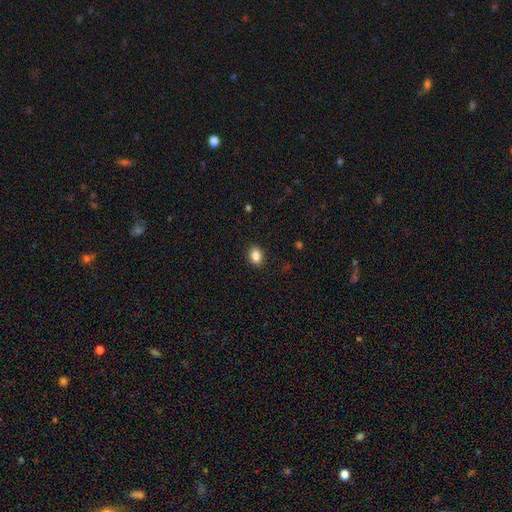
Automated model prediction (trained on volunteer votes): Overall: smooth (87%). How rounded: in between (77%). Merging: none (89%).